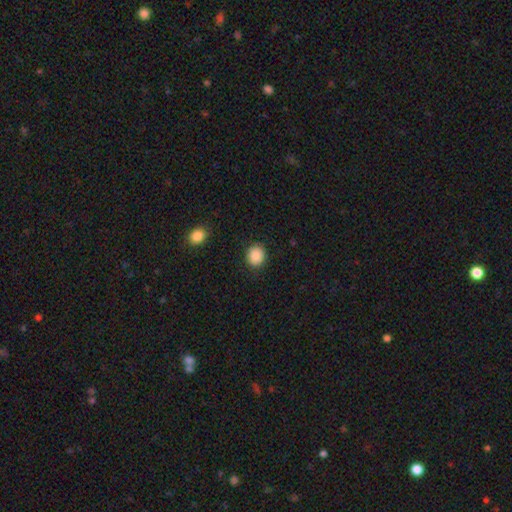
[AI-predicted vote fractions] smooth-or-featured: smooth: 89% | star or artifact: 8% | featured or disk: 3%
  how-rounded: round: 77% | in between: 22% | cigar-shaped: 1%
  merging: none: 90% | minor disturbance: 7% | major disturbance: 2% | merger: 1%